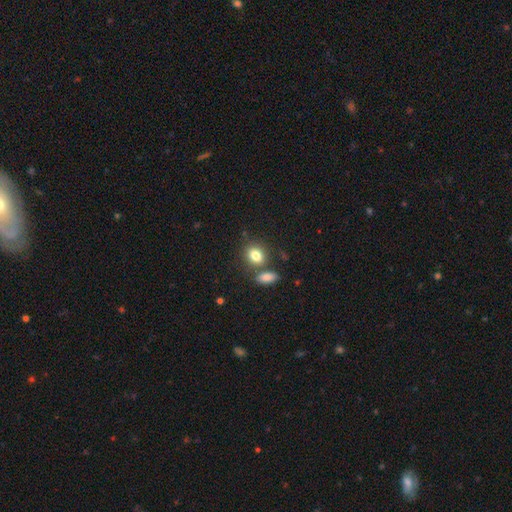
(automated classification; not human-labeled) Smooth or featured? Predicted: smooth (p=0.82). How rounded? Predicted: in between (p=0.56). Merging? Predicted: none (p=0.61).